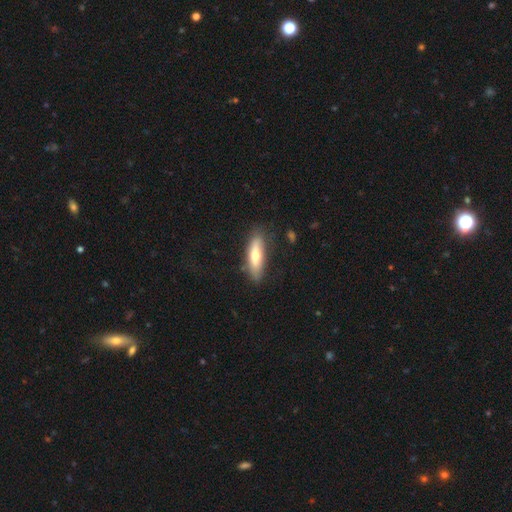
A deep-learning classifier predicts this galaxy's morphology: type=smooth (61%); roundness=cigar-shaped (58%); merging=none (78%).